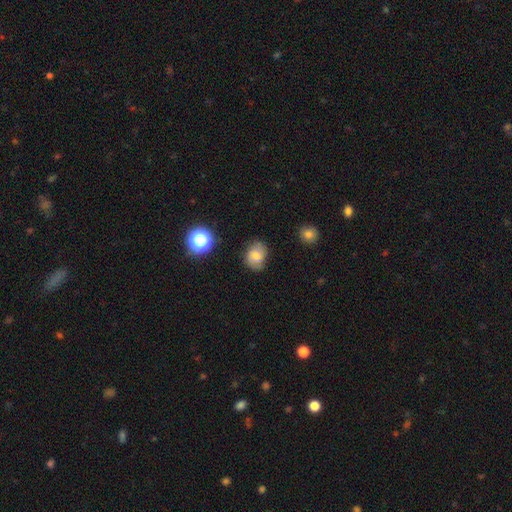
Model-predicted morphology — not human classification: smooth_or_featured: smooth (p=0.61) [alt: featured or disk p=0.27]
how_rounded: round (p=0.51) [alt: in between p=0.48]
merging: none (p=0.66) [alt: minor disturbance p=0.24]